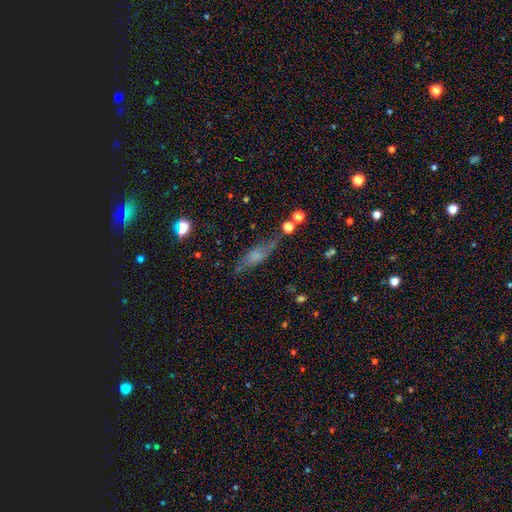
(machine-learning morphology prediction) A smooth galaxy with no disk features (50%) that is cigar-shaped (50%). Merging: none (55%).